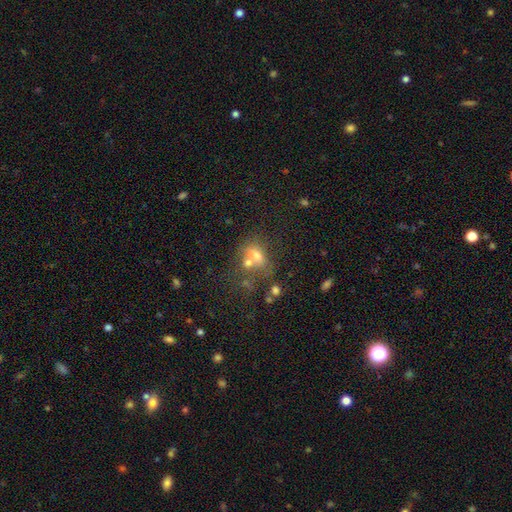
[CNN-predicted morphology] smooth 60%, featured or disk 21%, star or artifact 19%. Down the decision tree: how rounded — in between (59%); merging — merger (45%).